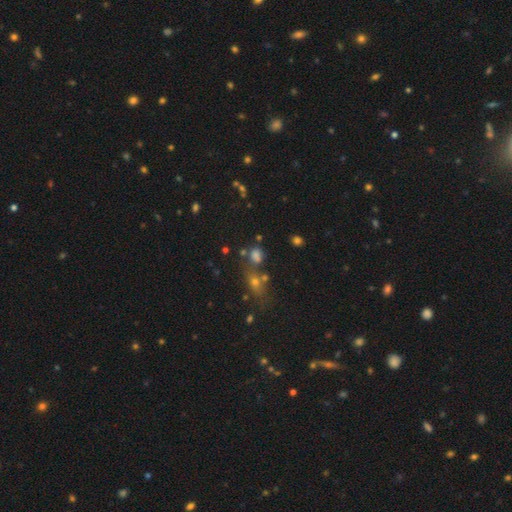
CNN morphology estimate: Smooth or featured: smooth — 62% (star or artifact — 27%)
How rounded: round — 53% (in between — 43%)
Merging: none — 56% (merger — 24%)